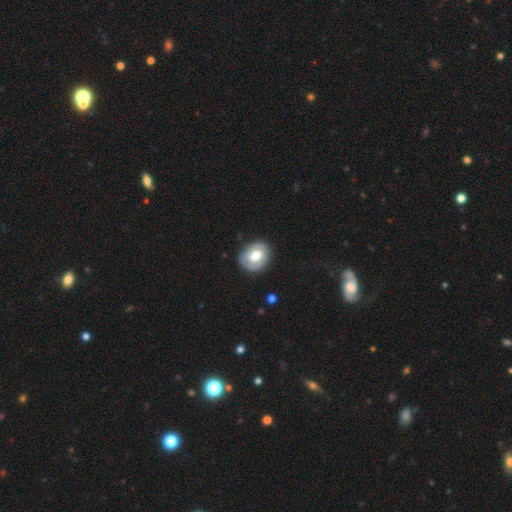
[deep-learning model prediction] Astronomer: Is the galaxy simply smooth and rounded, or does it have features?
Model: smooth — 49% (runner-up: featured or disk, 45%).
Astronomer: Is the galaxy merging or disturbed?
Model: none — 80%.